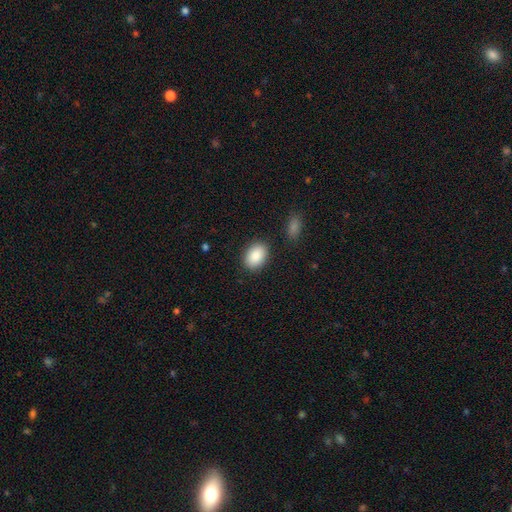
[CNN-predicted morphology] Smooth or featured? smooth (89%)
How rounded? in between (83%)
Merging? none (85%)